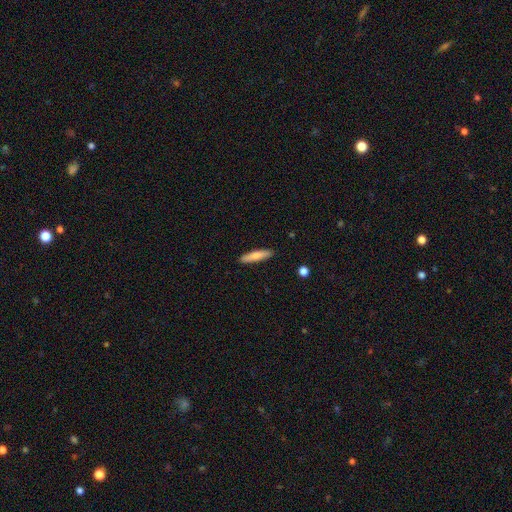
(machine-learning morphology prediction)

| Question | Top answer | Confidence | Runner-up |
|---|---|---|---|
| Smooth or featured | smooth | 74% | featured or disk (21%) |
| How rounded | cigar-shaped | 84% | in between (15%) |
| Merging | none | 90% | minor disturbance (8%) |